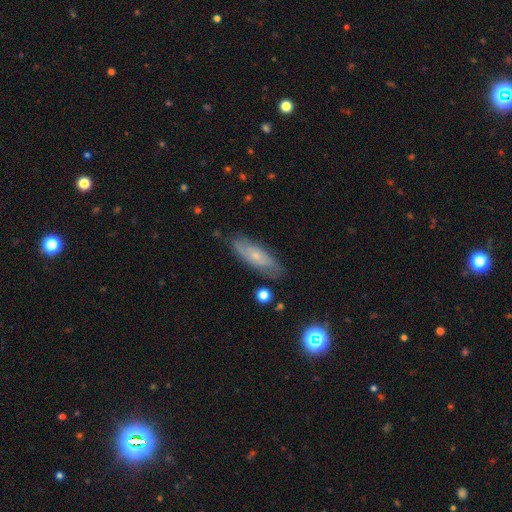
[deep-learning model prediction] A featured or disk galaxy (46%).

Vote fractions:
- Smooth or featured? featured or disk: 46% / smooth: 45% / star or artifact: 8%
- Merging? none: 78% / minor disturbance: 16% / major disturbance: 4% / merger: 2%